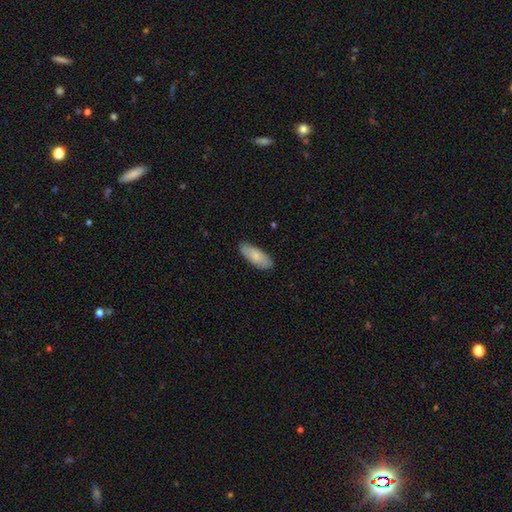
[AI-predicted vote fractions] This is likely a smooth galaxy (79%). How rounded: likely in between (77%). Merging: clearly none (86%).